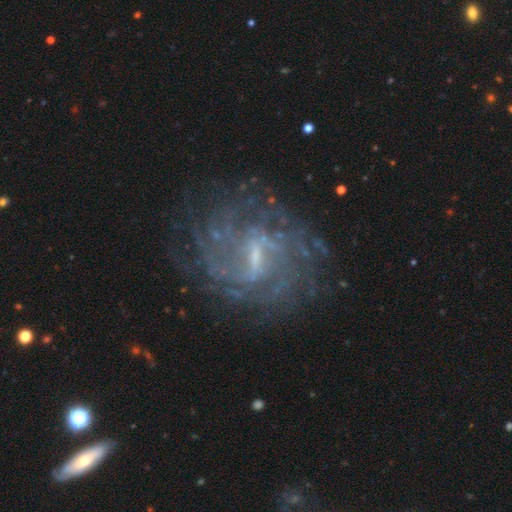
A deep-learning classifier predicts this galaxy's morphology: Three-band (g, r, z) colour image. It shows a featured or disk galaxy (85%) with a weak bar (56%), tight (54%) spiral arms (91%) and a small central bulge (59%). Merging: none (73%).